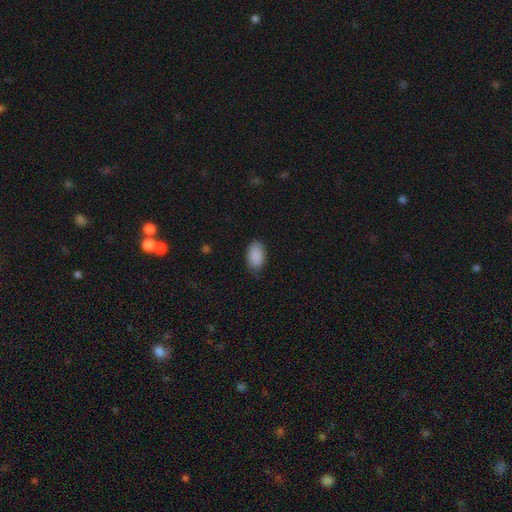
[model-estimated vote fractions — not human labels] Smooth or featured? Predicted: smooth (p=0.90). How rounded? Predicted: in between (p=0.93). Merging? Predicted: none (p=0.80).